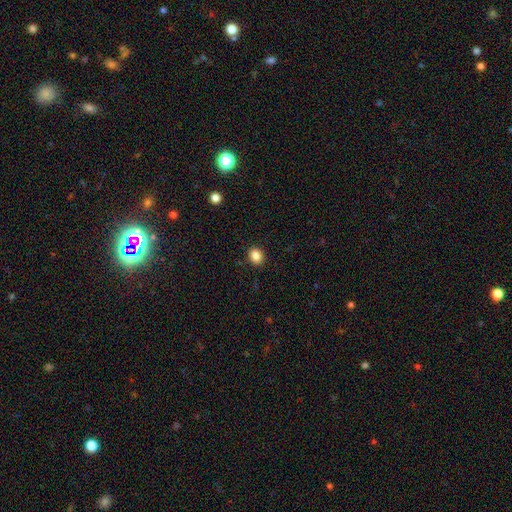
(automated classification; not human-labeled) smooth_or_featured: smooth (p=0.86) [alt: star or artifact p=0.10]
how_rounded: round (p=0.57) [alt: in between p=0.42]
merging: none (p=0.91) [alt: minor disturbance p=0.06]